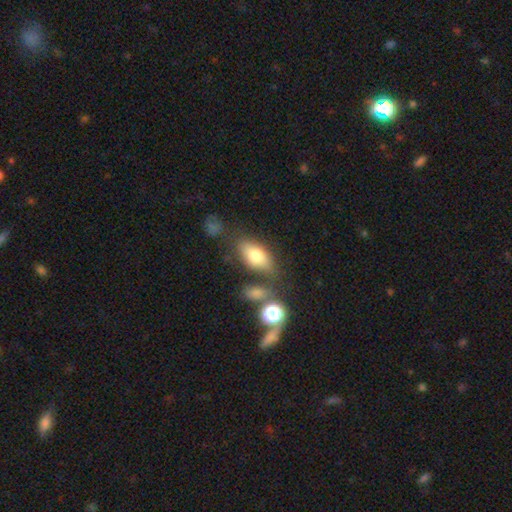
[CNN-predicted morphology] Q: Smooth or featured?
A: smooth (73%); runner-up: featured or disk (17%)
Q: How rounded?
A: in between (85%); runner-up: cigar-shaped (8%)
Q: Merging?
A: none (62%); runner-up: minor disturbance (18%)